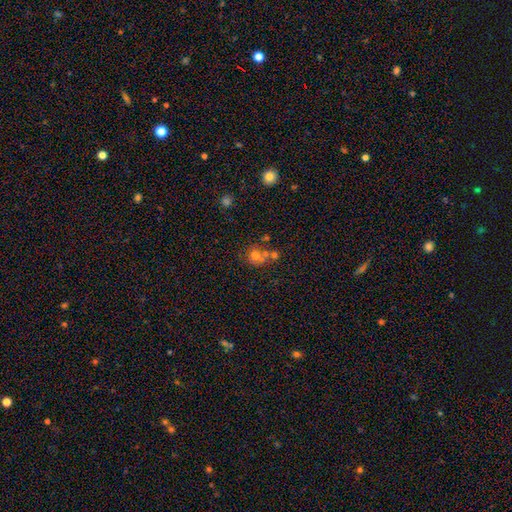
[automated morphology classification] This is likely a smooth galaxy (64%). How rounded: likely round (79%). Merging: marginally none (42%).